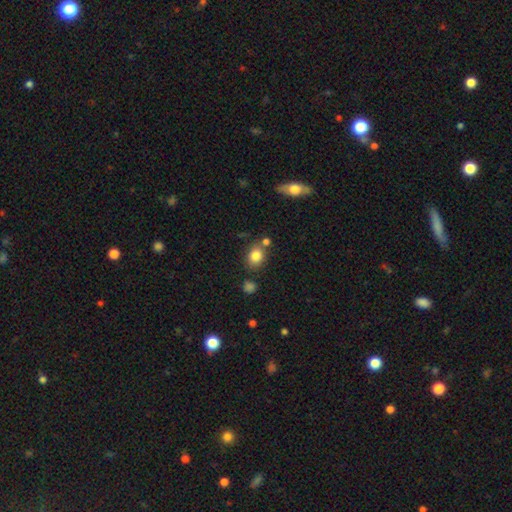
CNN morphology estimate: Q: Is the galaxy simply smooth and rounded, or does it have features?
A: smooth — 83%.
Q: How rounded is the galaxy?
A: round — 52%.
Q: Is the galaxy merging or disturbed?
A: none — 70%.